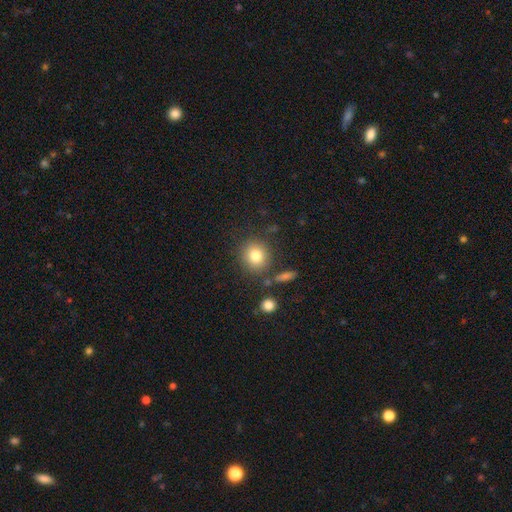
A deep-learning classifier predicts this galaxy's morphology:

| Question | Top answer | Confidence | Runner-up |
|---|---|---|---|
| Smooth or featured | smooth | 80% | star or artifact (11%) |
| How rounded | round | 87% | in between (12%) |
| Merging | none | 81% | minor disturbance (9%) |